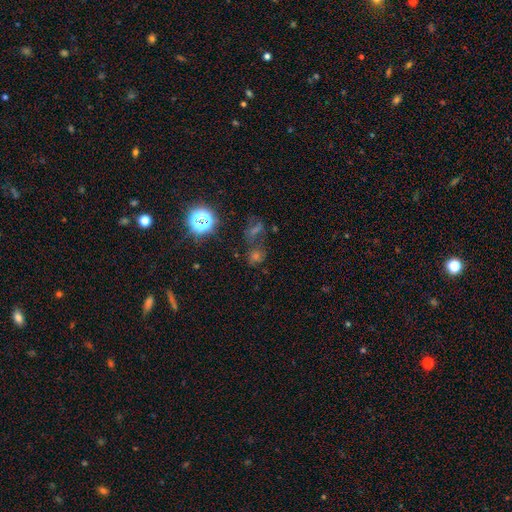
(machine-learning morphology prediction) This is possibly a star or artifact rather than a galaxy (51%).